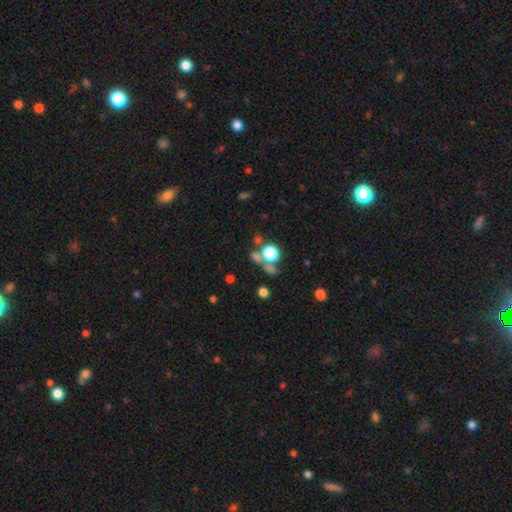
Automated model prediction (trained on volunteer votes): Morphology: type=star or artifact (51%).